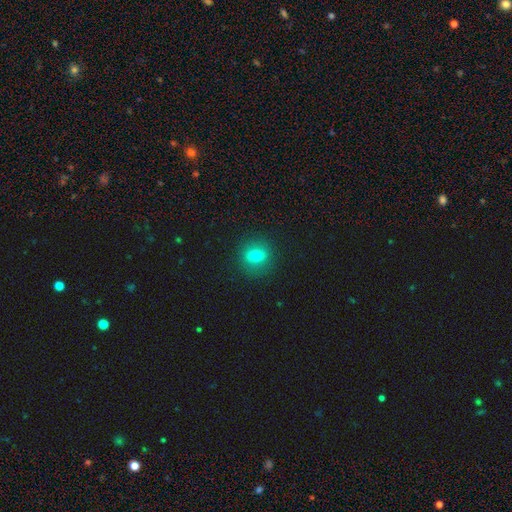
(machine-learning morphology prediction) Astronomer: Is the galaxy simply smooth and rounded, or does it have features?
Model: smooth — 74%.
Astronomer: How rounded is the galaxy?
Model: round — 51% (runner-up: in between, 46%).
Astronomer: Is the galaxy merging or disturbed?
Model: none — 87%.